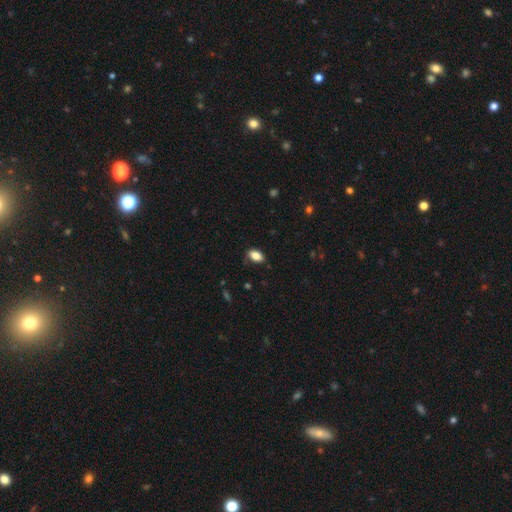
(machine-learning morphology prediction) Q: Smooth or featured?
A: smooth (84%); runner-up: star or artifact (8%)
Q: How rounded?
A: in between (90%); runner-up: round (7%)
Q: Merging?
A: none (77%); runner-up: minor disturbance (18%)